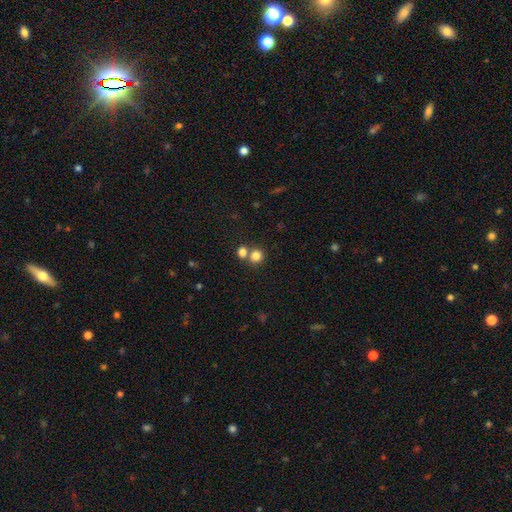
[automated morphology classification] This appears to be a smooth galaxy with no disk features (81%) that is round (85%). Merging: none (54%).